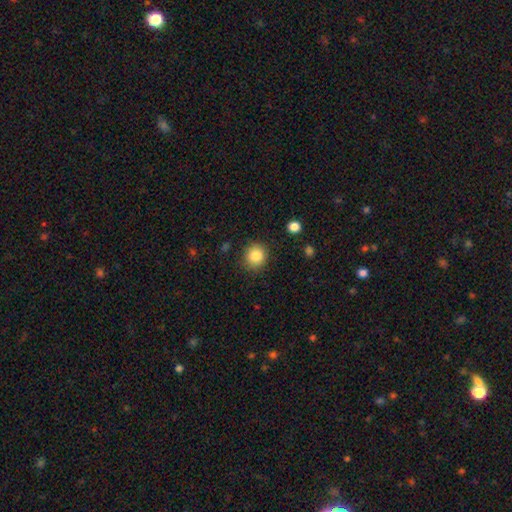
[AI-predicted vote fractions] Smooth or featured: smooth — 85% (star or artifact — 10%)
How rounded: round — 89% (in between — 10%)
Merging: none — 88% (minor disturbance — 8%)